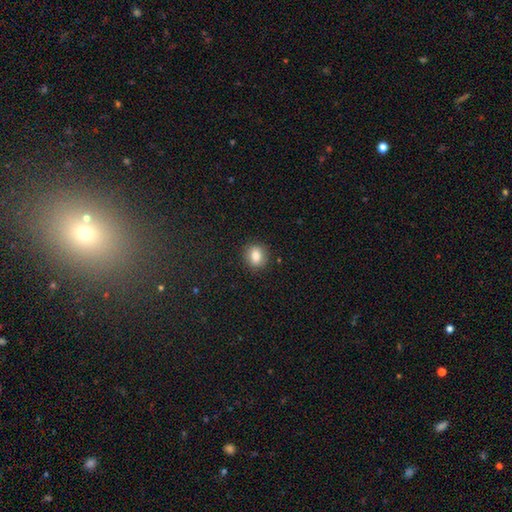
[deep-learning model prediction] The model was most divided on "how rounded": round: 62%, in between: 36%, cigar-shaped: 1%. More confident: merging — none (88%); smooth or featured — smooth (83%).